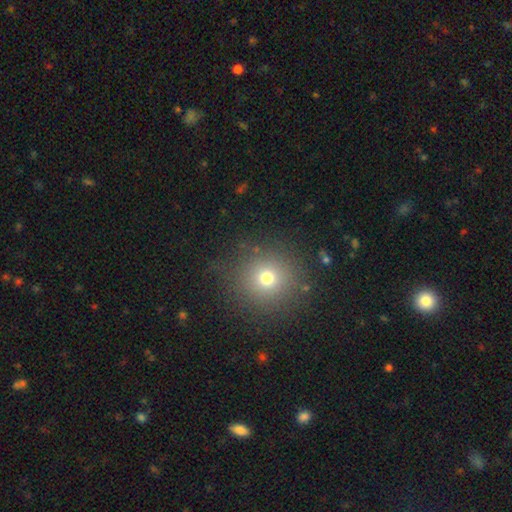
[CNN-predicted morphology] Smooth or featured? smooth (60%)
How rounded? round (94%)
Merging? none (91%)